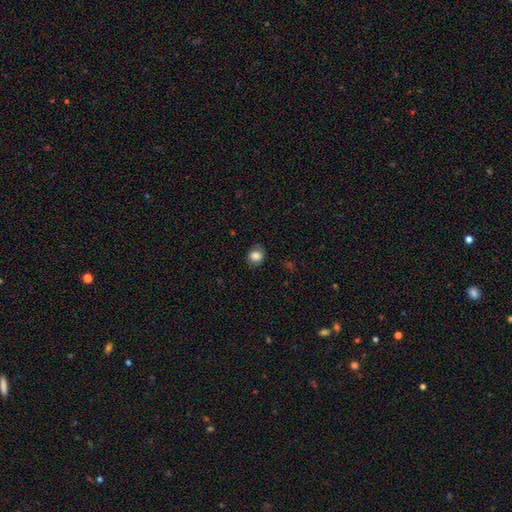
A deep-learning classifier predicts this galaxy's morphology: Q: Smooth or featured?
A: smooth (82%); runner-up: star or artifact (9%)
Q: How rounded?
A: round (72%); runner-up: in between (27%)
Q: Merging?
A: none (81%); runner-up: minor disturbance (15%)